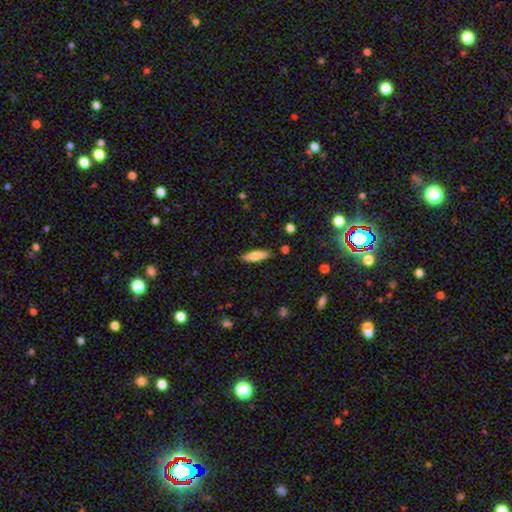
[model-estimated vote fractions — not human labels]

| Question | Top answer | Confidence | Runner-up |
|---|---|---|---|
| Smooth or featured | smooth | 77% | featured or disk (16%) |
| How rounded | cigar-shaped | 58% | in between (40%) |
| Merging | none | 85% | minor disturbance (11%) |